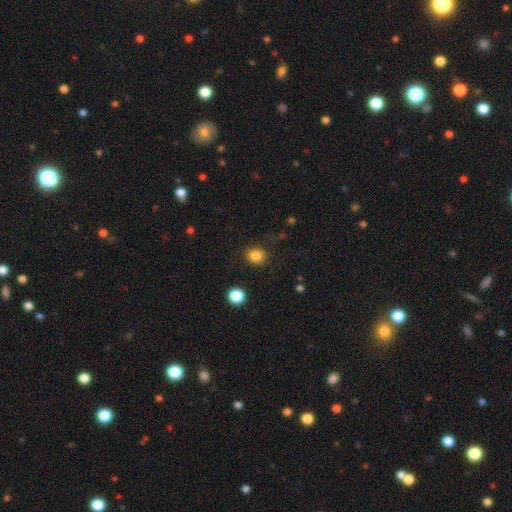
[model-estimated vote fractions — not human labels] This is clearly a smooth galaxy (84%). How rounded: likely round (73%). Merging: clearly none (86%).